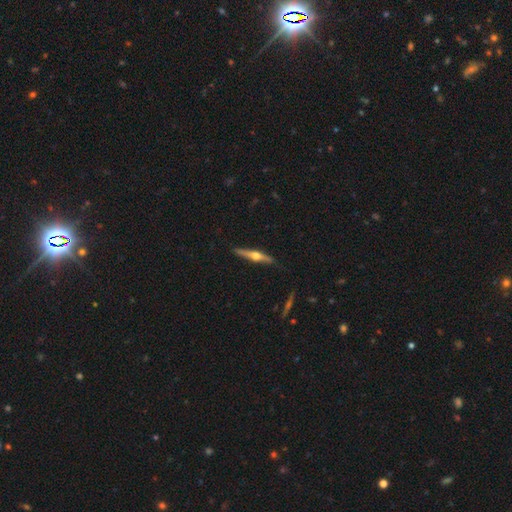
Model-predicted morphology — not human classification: Q: Smooth or featured?
A: featured or disk (74%); runner-up: smooth (21%)
Q: Edge-on disk?
A: yes (98%); runner-up: no (2%)
Q: Edge-on bulge?
A: rounded (96%); runner-up: boxy (2%)
Q: Merging?
A: none (89%); runner-up: minor disturbance (8%)